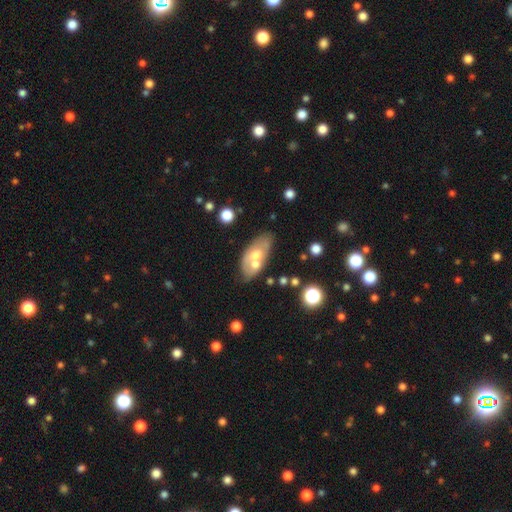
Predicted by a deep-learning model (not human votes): smooth_or_featured: featured or disk (p=0.47) [alt: smooth p=0.44]
merging: none (p=0.45) [alt: merger p=0.33]